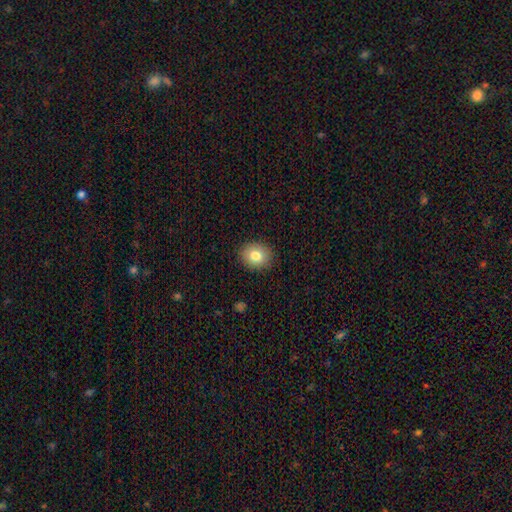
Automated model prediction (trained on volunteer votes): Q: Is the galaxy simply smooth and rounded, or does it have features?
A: smooth — 81%.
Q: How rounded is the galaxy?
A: round — 57%.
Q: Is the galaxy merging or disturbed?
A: none — 90%.